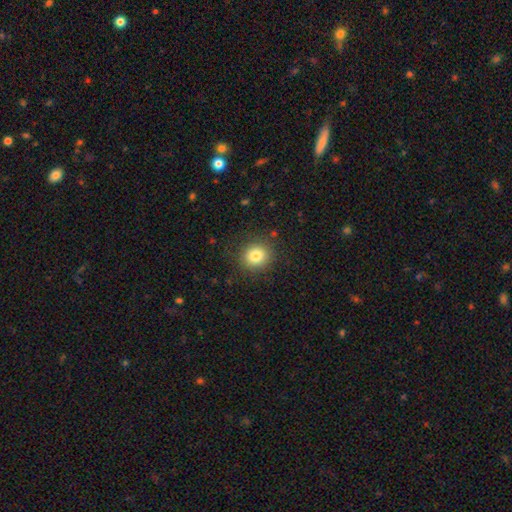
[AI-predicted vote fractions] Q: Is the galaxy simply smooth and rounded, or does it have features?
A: smooth — 82%.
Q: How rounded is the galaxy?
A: round — 86%.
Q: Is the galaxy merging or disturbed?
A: none — 88%.